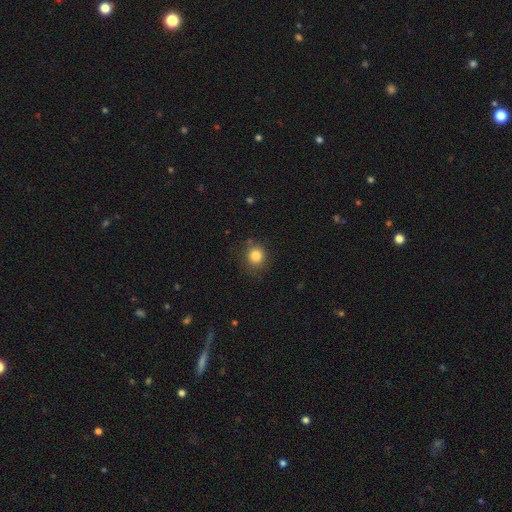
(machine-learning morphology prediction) Overall: smooth (84%). How rounded: round (85%). Merging: none (81%).